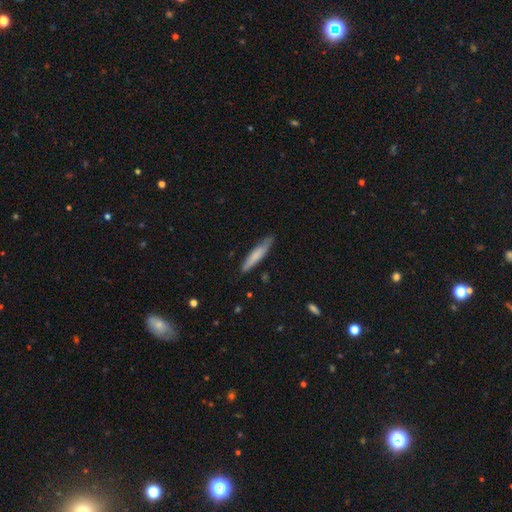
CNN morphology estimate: type=smooth (70%); roundness=cigar-shaped (90%); merging=none (81%).